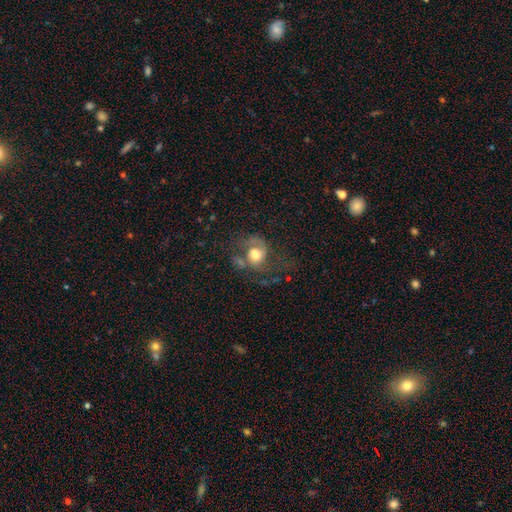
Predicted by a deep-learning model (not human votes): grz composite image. It shows a featured or disk galaxy (52%) with no bar (69%), spiral arms (68%) and a moderate central bulge (58%). Merging: major disturbance (33%).